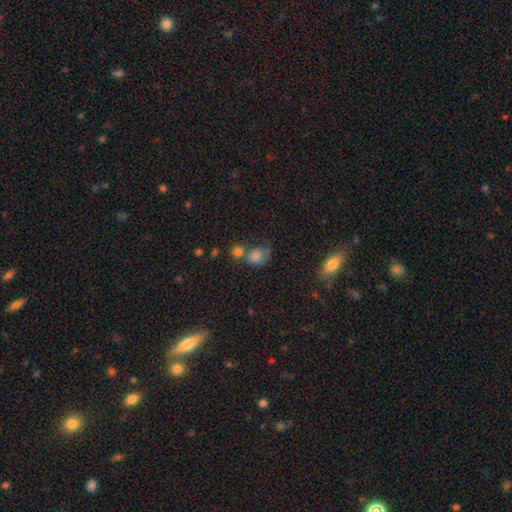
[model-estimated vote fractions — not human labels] Smooth or featured? Predicted: smooth (p=0.73). How rounded? Predicted: round (p=0.64). Merging? Predicted: none (p=0.43).